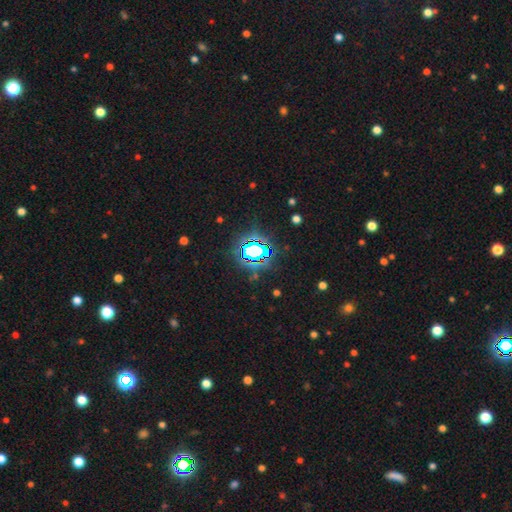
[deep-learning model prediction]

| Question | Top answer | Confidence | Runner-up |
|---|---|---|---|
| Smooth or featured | star or artifact | 76% | smooth (14%) |